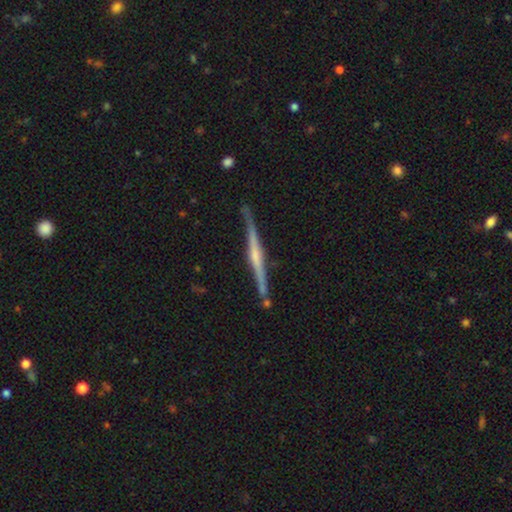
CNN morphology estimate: Smooth or featured: featured or disk — 79% (smooth — 16%)
Edge-on disk: yes — 98% (no — 2%)
Edge-on bulge: rounded — 62% (none — 24%)
Merging: none — 85% (minor disturbance — 10%)